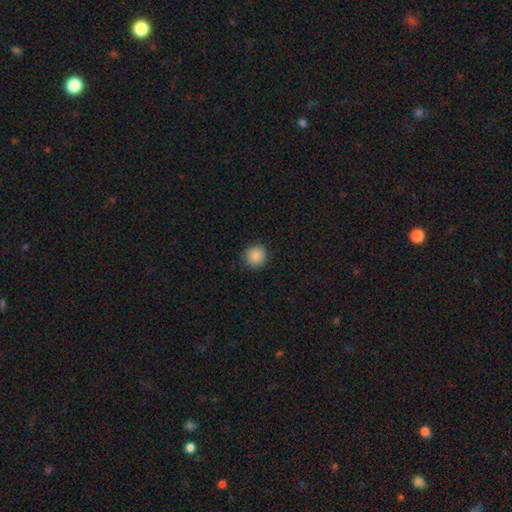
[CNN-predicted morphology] smooth_or_featured: smooth (p=0.88) [alt: star or artifact p=0.09]
how_rounded: round (p=0.93) [alt: in between p=0.06]
merging: none (p=0.90) [alt: minor disturbance p=0.07]